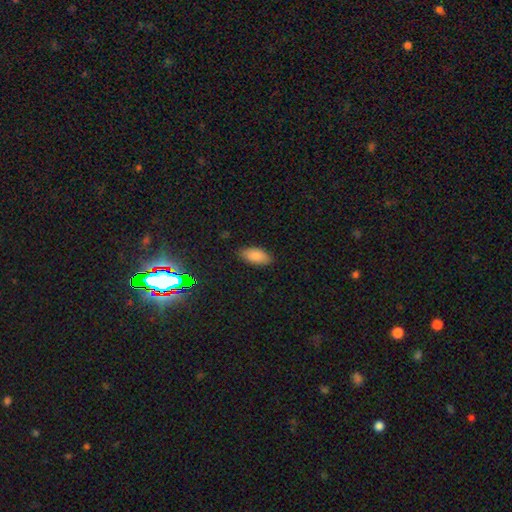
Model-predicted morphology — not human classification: This appears to be a smooth galaxy with no disk features (86%) that is in between round and cigar-shaped (91%). Merging: none (84%).